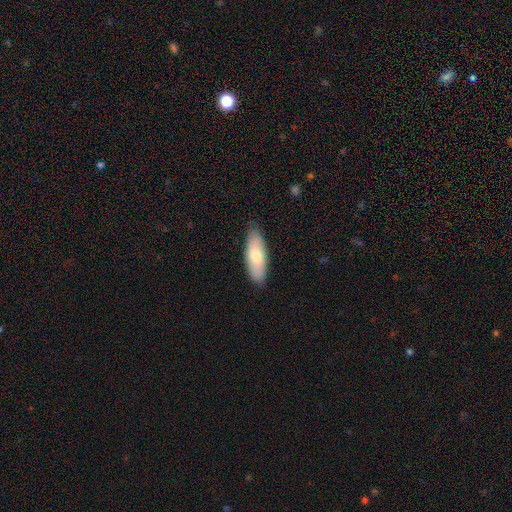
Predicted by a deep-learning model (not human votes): smooth 71%, featured or disk 23%, star or artifact 6%. Down the decision tree: how rounded — in between (69%); merging — none (84%).